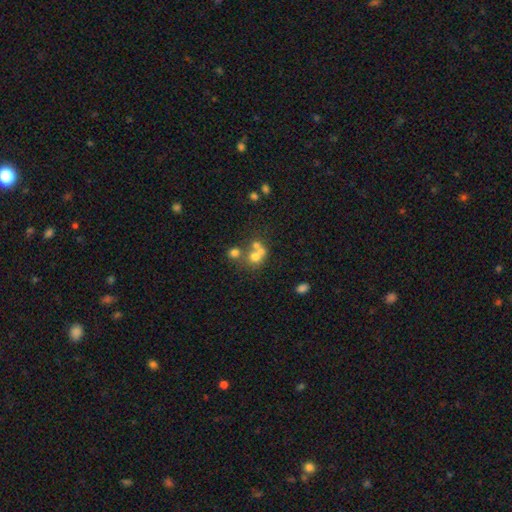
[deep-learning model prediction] The model was most divided on "merging": merger: 52%, none: 35%, minor disturbance: 7%, major disturbance: 6%. More confident: how rounded — round (79%); smooth or featured — smooth (58%).